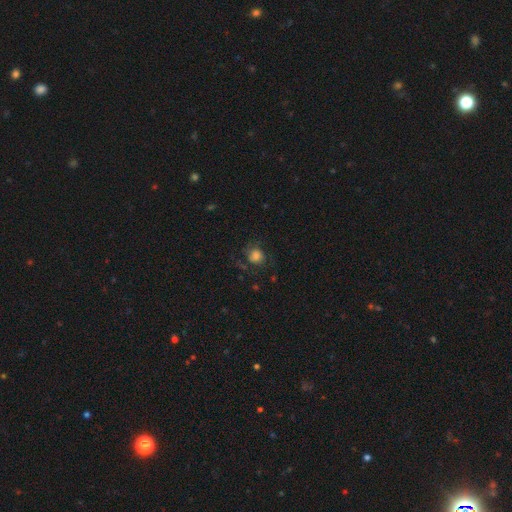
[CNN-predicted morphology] type=smooth (56%); roundness=round (77%); merging=none (61%).